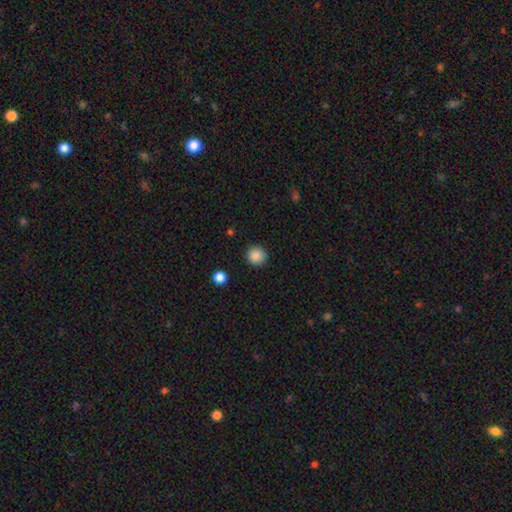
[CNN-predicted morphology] smooth-or-featured: smooth: 87% | star or artifact: 10% | featured or disk: 3%
  how-rounded: round: 95% | in between: 5% | cigar-shaped: 1%
  merging: none: 92% | minor disturbance: 5% | major disturbance: 2% | merger: 1%